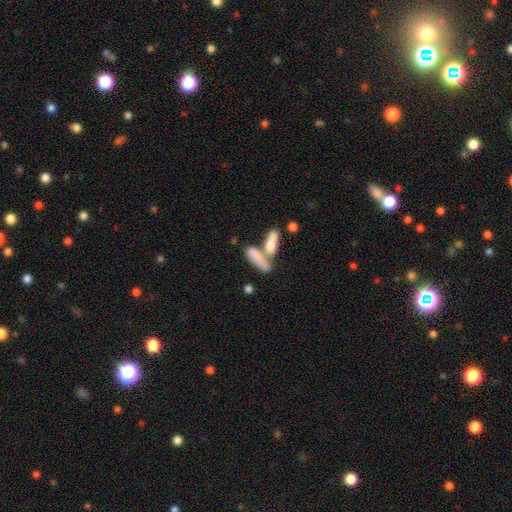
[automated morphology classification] The model was most divided on "how rounded": in between: 60%, cigar-shaped: 36%, round: 4%. More confident: smooth or featured — smooth (76%); merging — merger (57%).